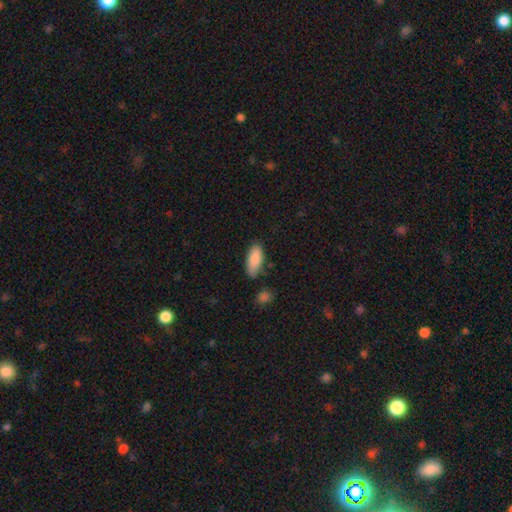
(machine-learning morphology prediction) Smooth or featured? Predicted: smooth (p=0.87). How rounded? Predicted: in between (p=0.85). Merging? Predicted: none (p=0.71).